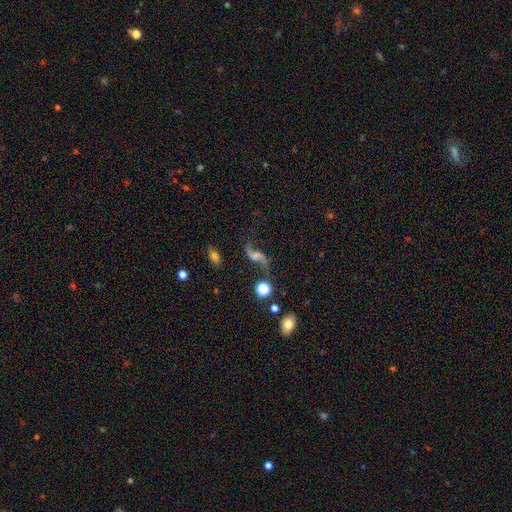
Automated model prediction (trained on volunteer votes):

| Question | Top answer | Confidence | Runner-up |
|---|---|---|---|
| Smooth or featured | featured or disk | 83% | smooth (9%) |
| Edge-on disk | no | 95% | yes (5%) |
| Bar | no | 52% | weak (36%) |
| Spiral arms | yes | 95% | no (5%) |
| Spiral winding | loose | 91% | medium (7%) |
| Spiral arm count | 2 | 92% | 1 (3%) |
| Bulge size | small | 37% | moderate (27%) |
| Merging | none | 70% | minor disturbance (14%) |